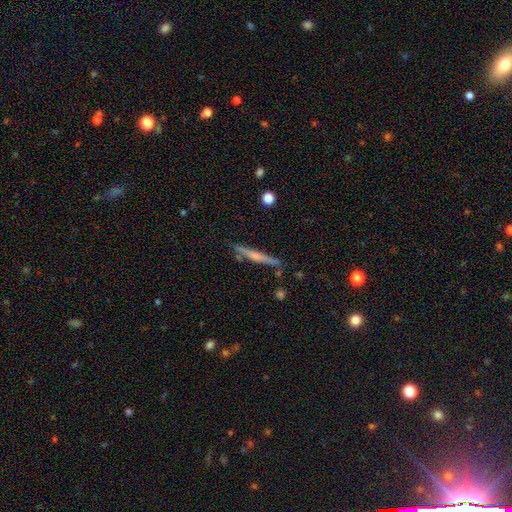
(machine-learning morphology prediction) Smooth or featured? featured or disk (52%)
Edge-on disk? yes (97%)
Edge-on bulge? none (50%)
Merging? none (85%)